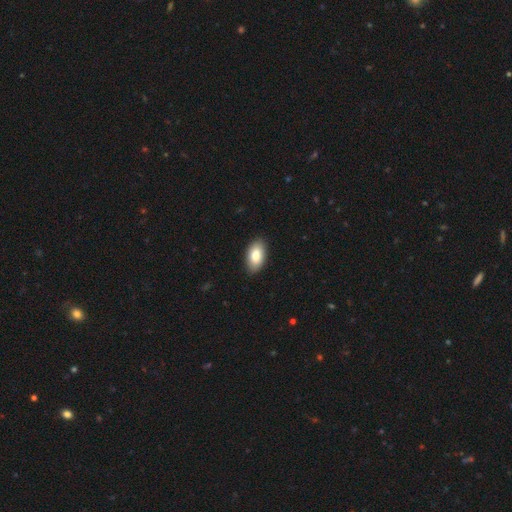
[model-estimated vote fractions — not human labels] Smooth or featured? smooth (83%)
How rounded? in between (94%)
Merging? none (88%)